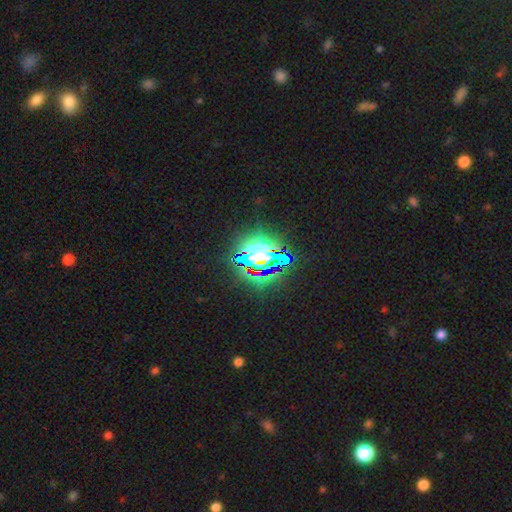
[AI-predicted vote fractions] Smooth or featured? star or artifact (76%)